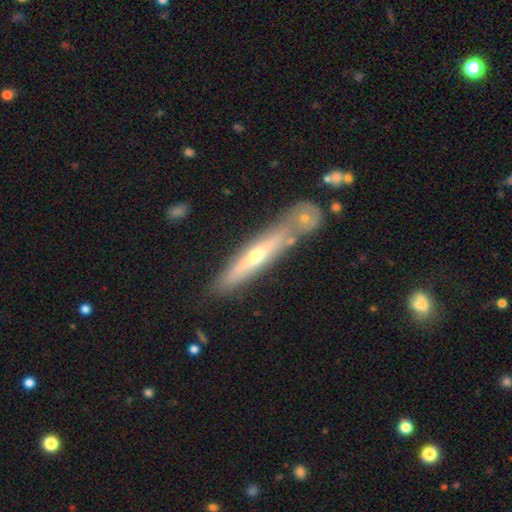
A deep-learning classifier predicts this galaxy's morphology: Smooth or featured: featured or disk — 64% (smooth — 30%)
Edge-on disk: yes — 85% (no — 15%)
Edge-on bulge: rounded — 79% (none — 18%)
Merging: none — 69% (merger — 15%)